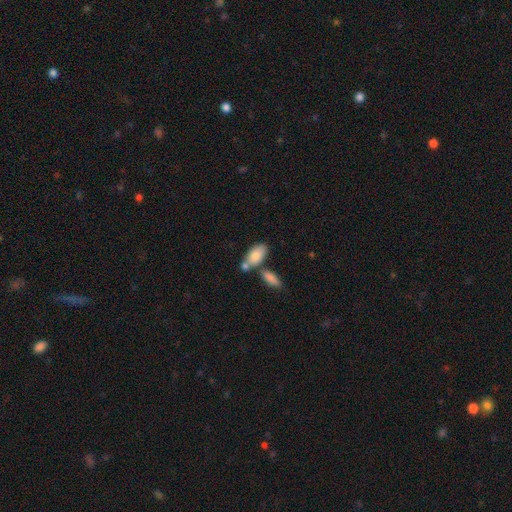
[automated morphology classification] A smooth galaxy with no disk features (82%) that is in between round and cigar-shaped (90%). Merging: none (44%).